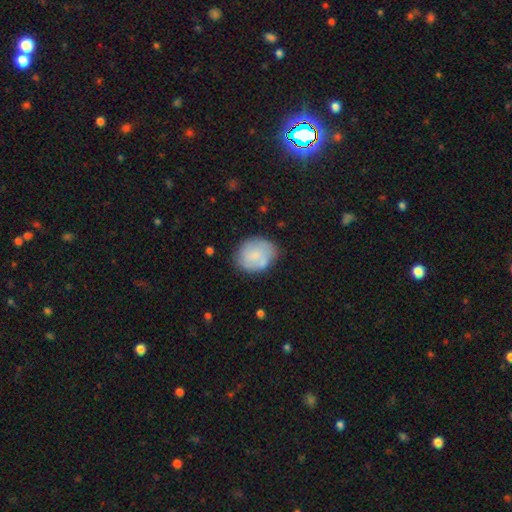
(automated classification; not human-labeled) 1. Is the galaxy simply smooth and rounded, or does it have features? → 62% smooth, 31% featured or disk, 7% star or artifact.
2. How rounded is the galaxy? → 62% round, 37% in between, 1% cigar-shaped.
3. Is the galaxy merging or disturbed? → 65% none, 22% minor disturbance, 7% major disturbance, 6% merger.